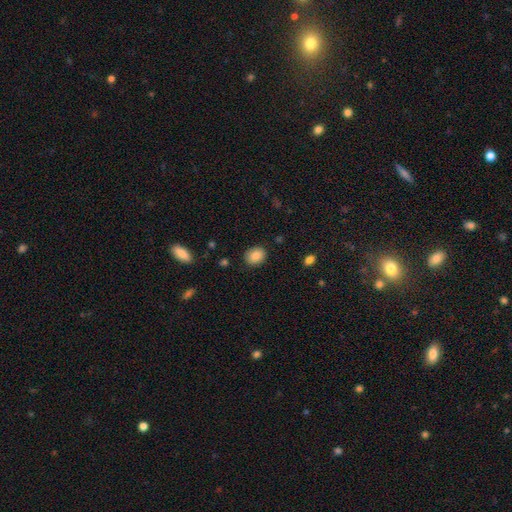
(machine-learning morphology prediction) Smooth or featured: smooth — 87% (star or artifact — 8%)
How rounded: in between — 53% (round — 46%)
Merging: none — 87% (minor disturbance — 9%)